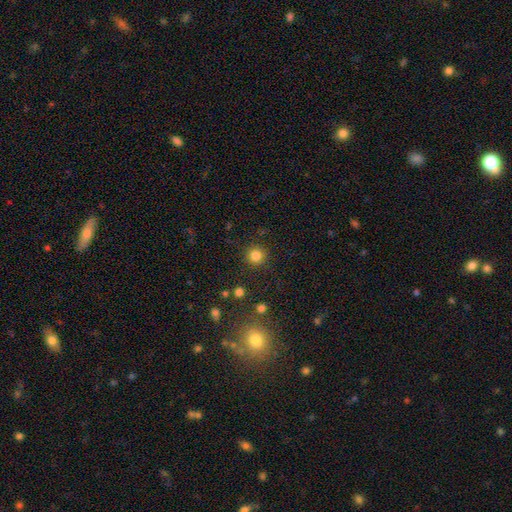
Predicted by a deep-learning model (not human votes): smooth 83%, star or artifact 13%, featured or disk 5%. Down the decision tree: how rounded — round (95%); merging — none (90%).